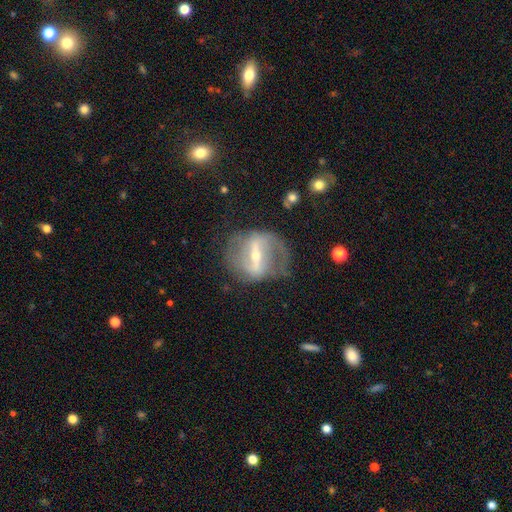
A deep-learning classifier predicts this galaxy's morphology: Smooth or featured?
  - featured or disk: 83% *
  - smooth: 10%
  - star or artifact: 6%
Edge-on disk?
  - no: 93% *
  - yes: 7%
Bar?
  - strong: 71% *
  - weak: 22%
  - no: 6%
Spiral arms?
  - yes: 77% *
  - no: 23%
Spiral winding?
  - medium: 43% *
  - loose: 35%
  - tight: 22%
Spiral arm count?
  - 2: 77% *
  - can't tell: 13%
  - 1: 6%
  - 3: 2%
  - 4: 1%
  - more than 4: 1%
Bulge size?
  - small: 56% *
  - moderate: 40%
  - large: 2%
  - none: 1%
  - dominant: 1%
Merging?
  - none: 62% *
  - minor disturbance: 20%
  - major disturbance: 17%
  - merger: 2%